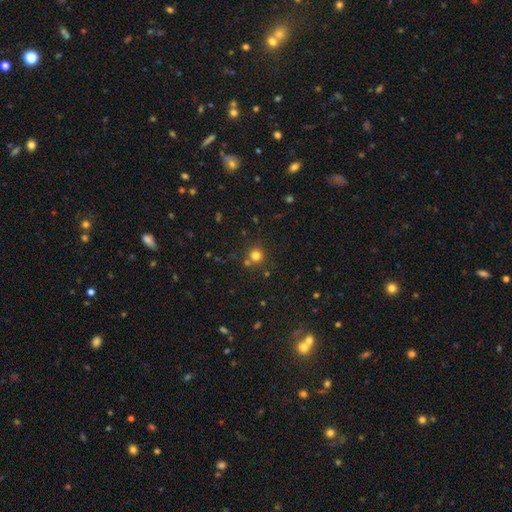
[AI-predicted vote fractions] smooth-or-featured: smooth: 77% | star or artifact: 17% | featured or disk: 6%
  how-rounded: round: 93% | in between: 6% | cigar-shaped: 1%
  merging: none: 76% | merger: 13% | minor disturbance: 8% | major disturbance: 3%